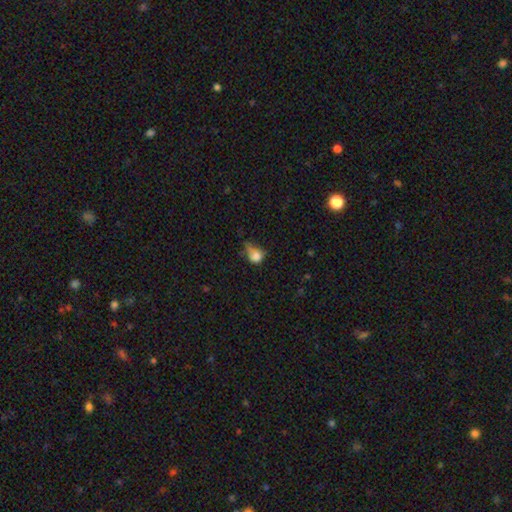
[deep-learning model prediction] Smooth or featured: smooth — 76% (featured or disk — 13%)
How rounded: round — 56% (in between — 42%)
Merging: minor disturbance — 36% (major disturbance — 30%)